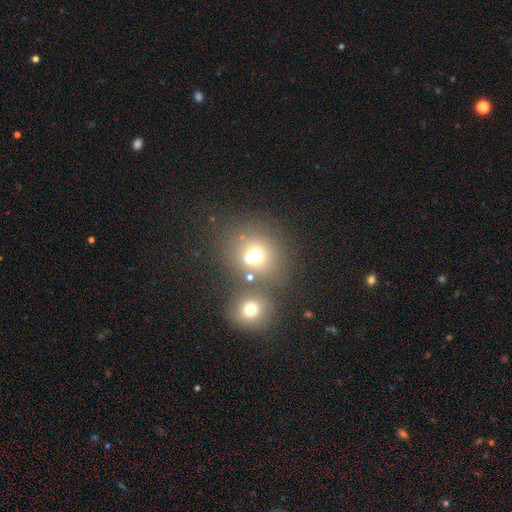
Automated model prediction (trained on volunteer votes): This is likely a smooth galaxy (67%). How rounded: clearly round (80%). Merging: possibly none (46%).